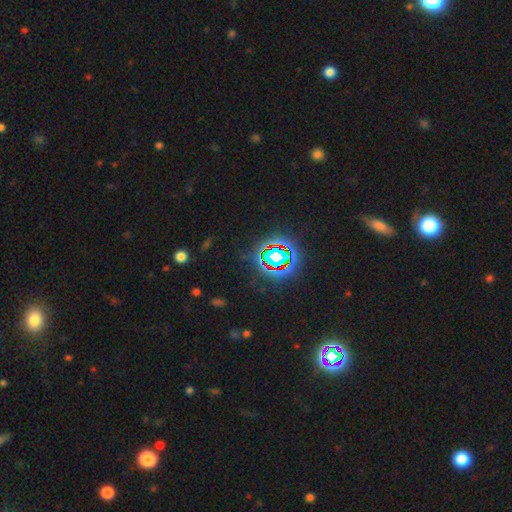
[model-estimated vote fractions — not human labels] smooth_or_featured: star or artifact (p=0.75) [alt: smooth p=0.16]